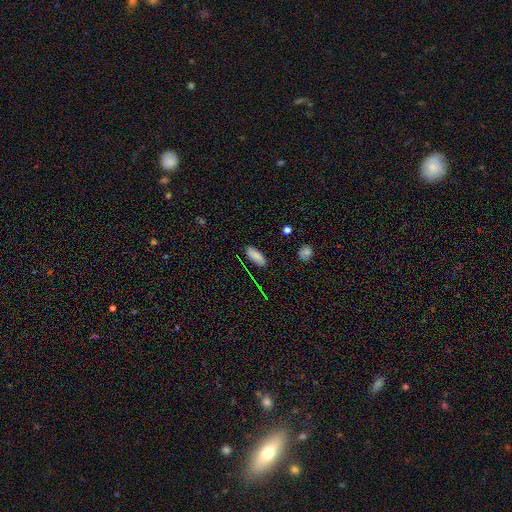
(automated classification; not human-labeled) smooth-or-featured: smooth: 84% | star or artifact: 10% | featured or disk: 6%
  how-rounded: in between: 84% | cigar-shaped: 13% | round: 2%
  merging: none: 84% | minor disturbance: 12% | major disturbance: 3% | merger: 2%